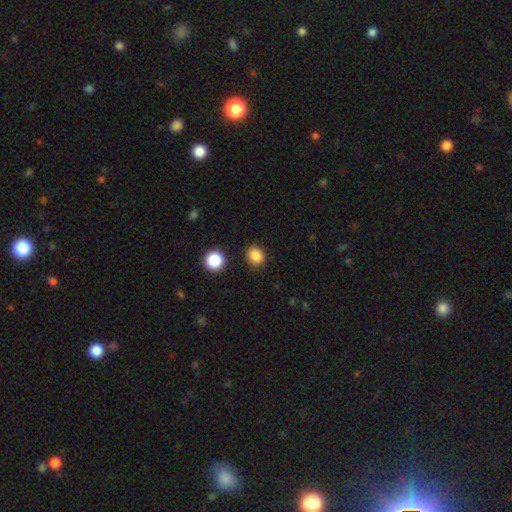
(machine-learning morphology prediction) type=smooth (85%); roundness=round (68%); merging=none (87%).